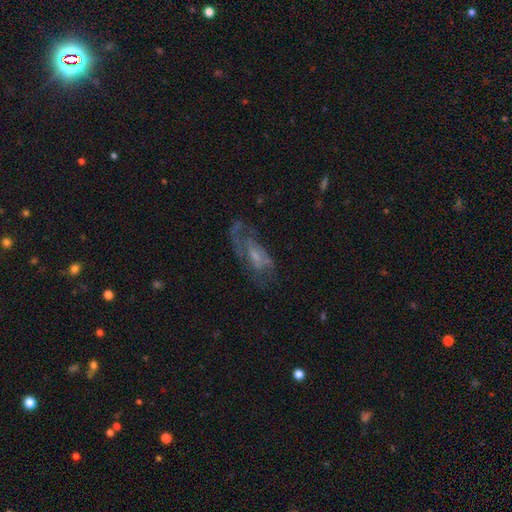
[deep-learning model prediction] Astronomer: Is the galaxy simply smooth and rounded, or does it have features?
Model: featured or disk — 71%.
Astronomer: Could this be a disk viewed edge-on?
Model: no — 91%.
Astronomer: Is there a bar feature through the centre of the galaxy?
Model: no — 51% (runner-up: weak, 39%).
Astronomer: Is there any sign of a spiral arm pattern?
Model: yes — 76%.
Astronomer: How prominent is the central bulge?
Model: small — 55%.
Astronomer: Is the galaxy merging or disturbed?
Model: none — 51%.